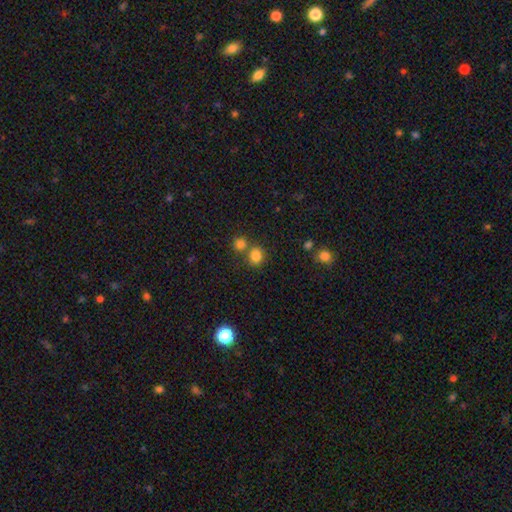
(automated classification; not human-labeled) Smooth or featured?
  - smooth: 81% *
  - star or artifact: 13%
  - featured or disk: 5%
How rounded?
  - round: 64% *
  - in between: 35%
  - cigar-shaped: 1%
Merging?
  - none: 59% *
  - merger: 29%
  - minor disturbance: 9%
  - major disturbance: 4%